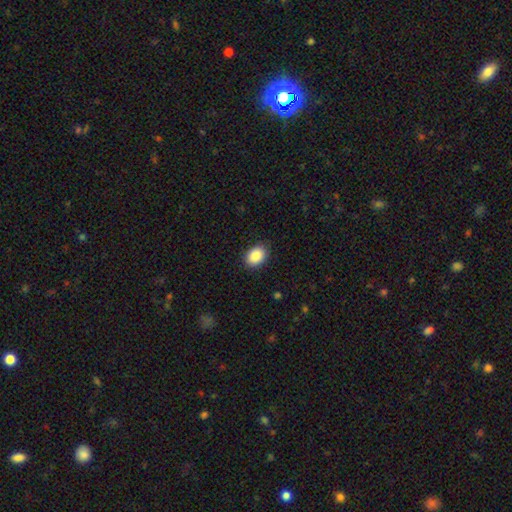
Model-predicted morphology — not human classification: Smooth or featured: smooth — 89% (star or artifact — 8%)
How rounded: in between — 72% (round — 28%)
Merging: none — 88% (minor disturbance — 9%)